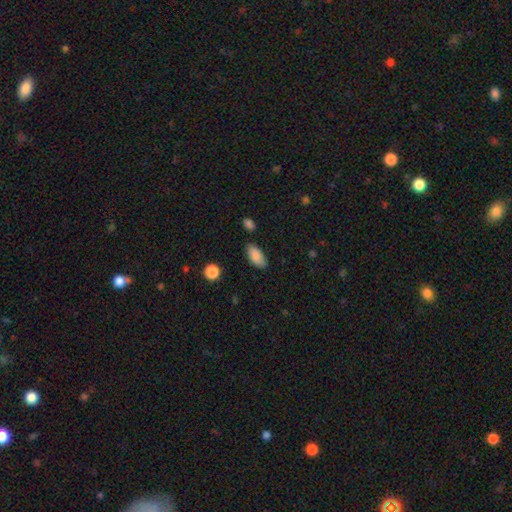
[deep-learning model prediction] Smooth or featured?
  - smooth: 87% *
  - star or artifact: 7%
  - featured or disk: 6%
How rounded?
  - in between: 91% *
  - cigar-shaped: 6%
  - round: 3%
Merging?
  - none: 79% *
  - minor disturbance: 15%
  - major disturbance: 3%
  - merger: 3%